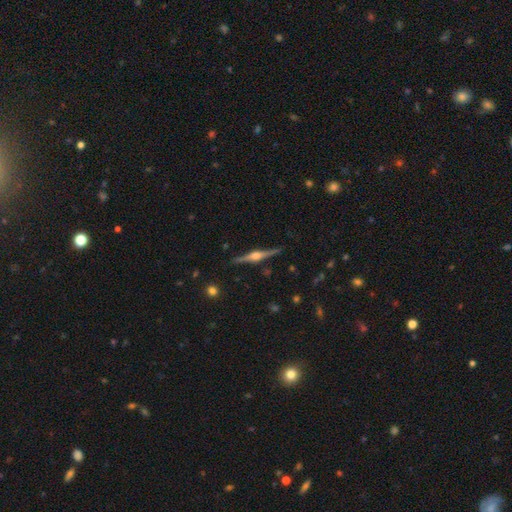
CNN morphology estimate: Smooth or featured: featured or disk — 86% (smooth — 9%)
Edge-on disk: yes — 99% (no — 1%)
Edge-on bulge: rounded — 92% (boxy — 6%)
Merging: none — 90% (minor disturbance — 7%)